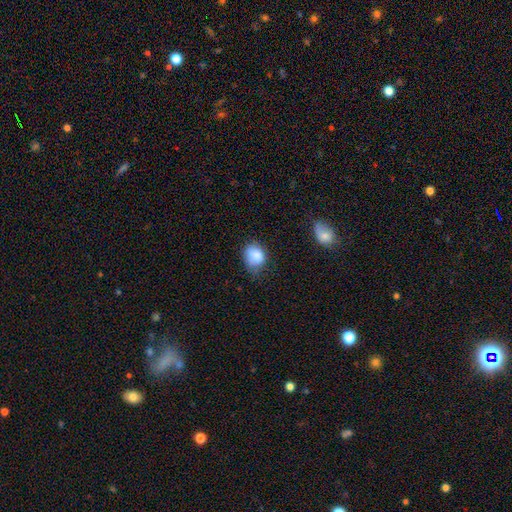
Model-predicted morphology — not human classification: Smooth or featured?
  - smooth: 85% *
  - star or artifact: 8%
  - featured or disk: 7%
How rounded?
  - in between: 53% *
  - round: 47%
  - cigar-shaped: 1%
Merging?
  - none: 50% *
  - minor disturbance: 37%
  - major disturbance: 10%
  - merger: 3%